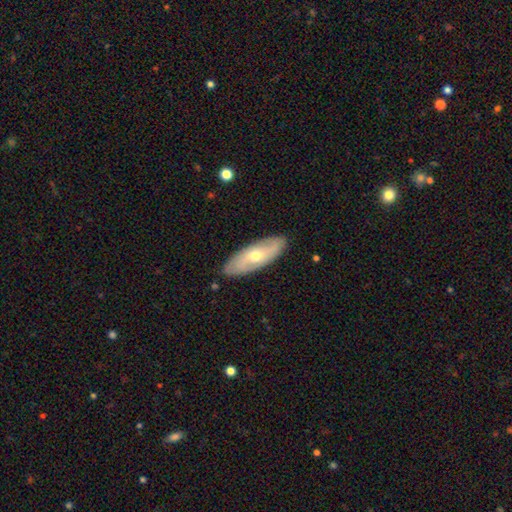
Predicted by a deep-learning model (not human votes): smooth-or-featured: featured or disk: 54% | smooth: 40% | star or artifact: 6%
  disk-edge-on: no: 75% | yes: 25%
  merging: none: 86% | minor disturbance: 10% | major disturbance: 2% | merger: 1%